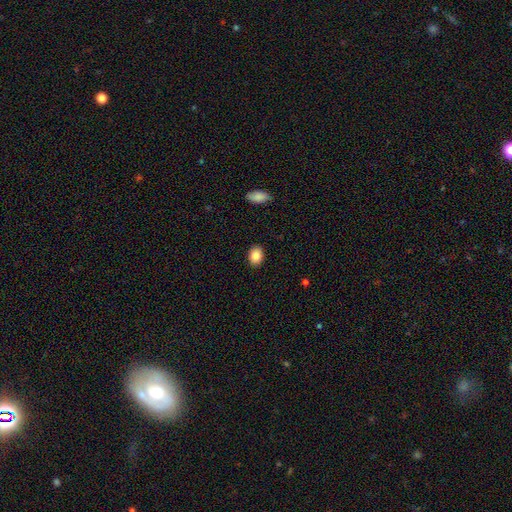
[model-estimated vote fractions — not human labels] This appears to be a smooth galaxy with no disk features (86%) that is in between round and cigar-shaped (71%). Merging: none (90%).